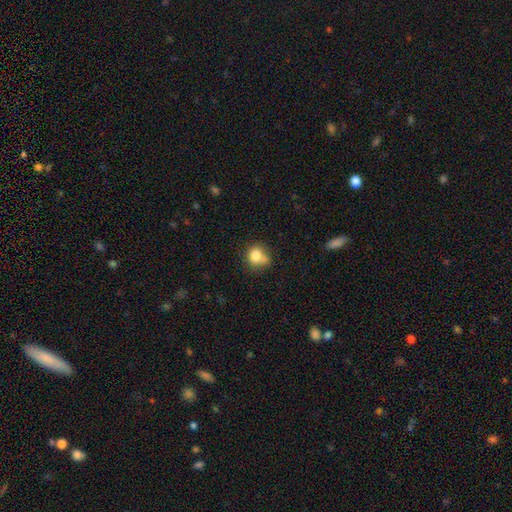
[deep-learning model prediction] smooth_or_featured: smooth (p=0.78) [alt: featured or disk p=0.11]
how_rounded: round (p=0.77) [alt: in between p=0.22]
merging: none (p=0.52) [alt: merger p=0.22]